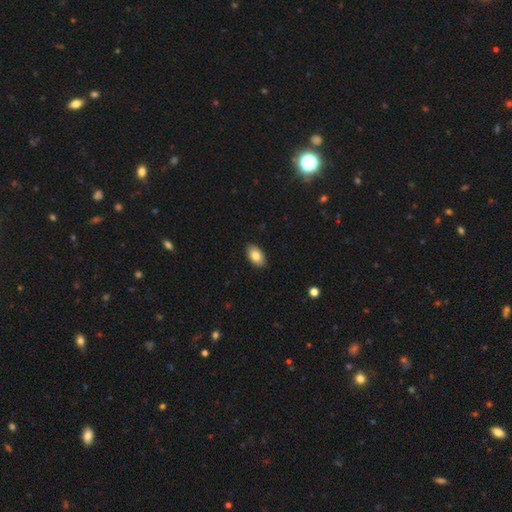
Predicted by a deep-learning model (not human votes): Smooth or featured? smooth (82%)
How rounded? in between (93%)
Merging? none (90%)